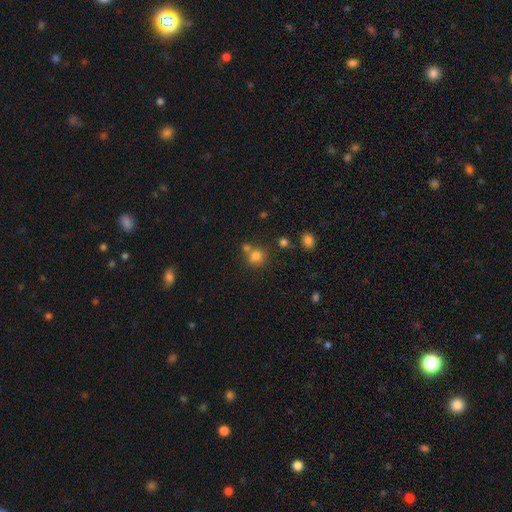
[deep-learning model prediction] A smooth galaxy with no disk features (76%) that is round (79%).

Vote fractions:
- Smooth or featured? smooth: 76% / star or artifact: 15% / featured or disk: 10%
- How rounded? round: 79% / in between: 20% / cigar-shaped: 1%
- Merging? none: 53% / merger: 32% / minor disturbance: 11% / major disturbance: 4%